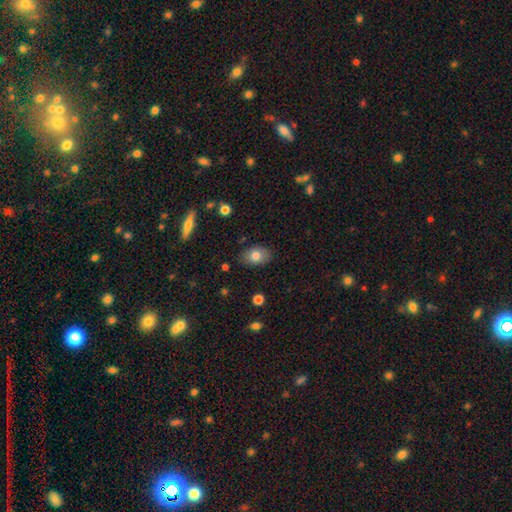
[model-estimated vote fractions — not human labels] Smooth or featured: smooth — 78% (featured or disk — 14%)
How rounded: in between — 80% (round — 19%)
Merging: none — 84% (minor disturbance — 12%)